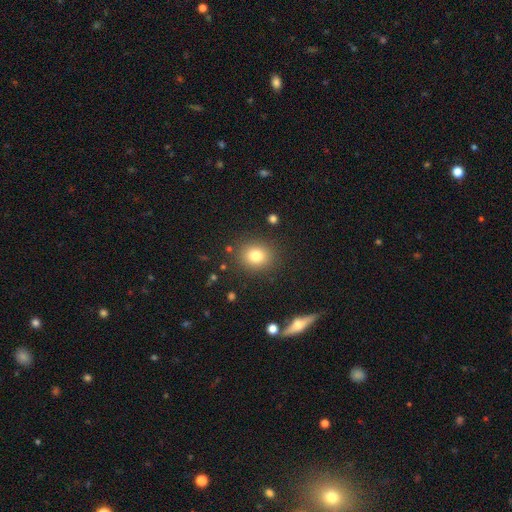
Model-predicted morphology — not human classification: The model was most divided on "how rounded": round: 73%, in between: 26%, cigar-shaped: 1%. More confident: merging — none (87%); smooth or featured — smooth (80%).